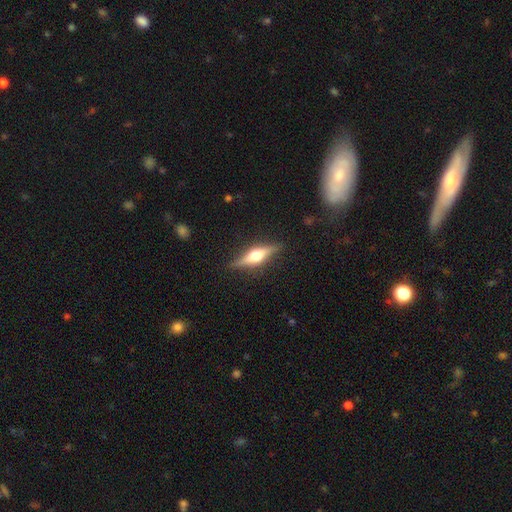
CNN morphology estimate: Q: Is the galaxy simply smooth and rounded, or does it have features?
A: featured or disk — 70%.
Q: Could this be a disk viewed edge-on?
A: yes — 96%.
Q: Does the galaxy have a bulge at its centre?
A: rounded — 93%.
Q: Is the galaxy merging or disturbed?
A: none — 87%.